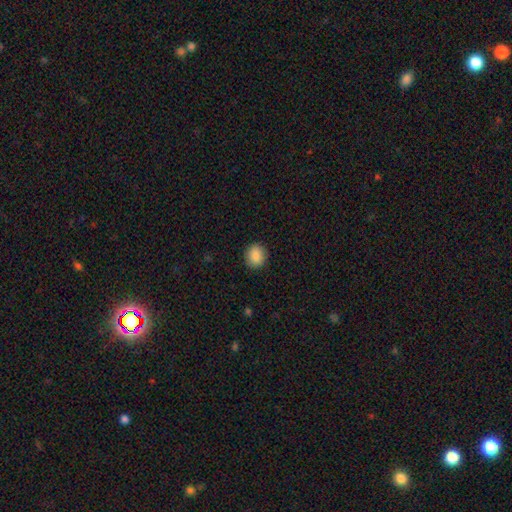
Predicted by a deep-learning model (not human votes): A smooth galaxy with no disk features (88%) that is round (77%).

Vote fractions:
- Smooth or featured? smooth: 88% / star or artifact: 8% / featured or disk: 4%
- How rounded? round: 77% / in between: 22% / cigar-shaped: 1%
- Merging? none: 90% / minor disturbance: 7% / major disturbance: 2% / merger: 1%